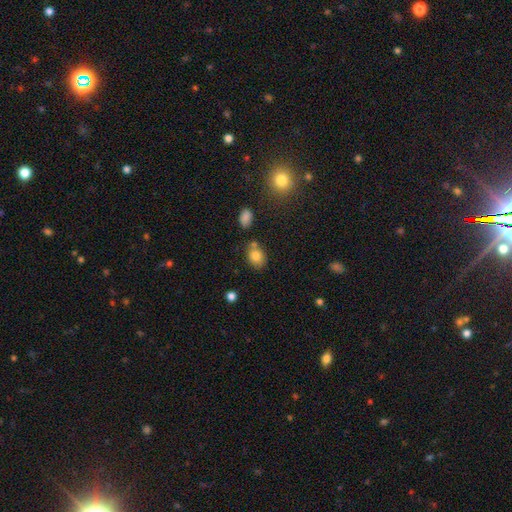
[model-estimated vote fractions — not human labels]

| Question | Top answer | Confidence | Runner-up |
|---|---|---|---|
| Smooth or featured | smooth | 80% | star or artifact (10%) |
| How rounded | in between | 63% | round (35%) |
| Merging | none | 64% | minor disturbance (16%) |